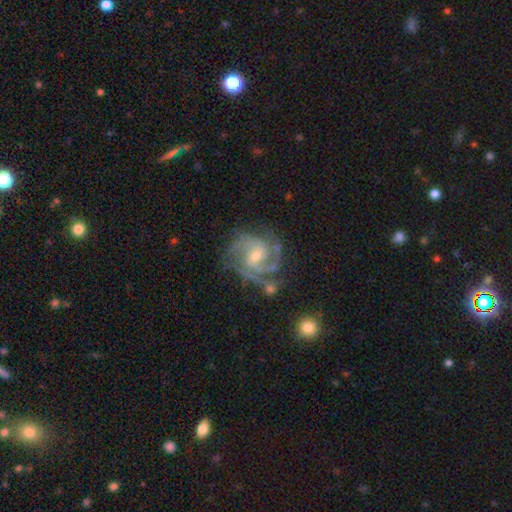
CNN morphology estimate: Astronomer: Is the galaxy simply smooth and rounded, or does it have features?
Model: featured or disk — 91%.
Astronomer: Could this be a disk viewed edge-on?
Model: no — 98%.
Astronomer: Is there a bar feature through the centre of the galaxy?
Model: weak — 51% (runner-up: no, 32%).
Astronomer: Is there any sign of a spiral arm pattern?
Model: yes — 98%.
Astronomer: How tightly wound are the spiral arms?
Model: medium — 48% (runner-up: tight, 45%).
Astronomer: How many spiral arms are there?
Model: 3 — 43% (runner-up: 2, 32%).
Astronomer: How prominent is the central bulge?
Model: small — 54% (runner-up: moderate, 42%).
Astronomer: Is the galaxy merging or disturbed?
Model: none — 68%.